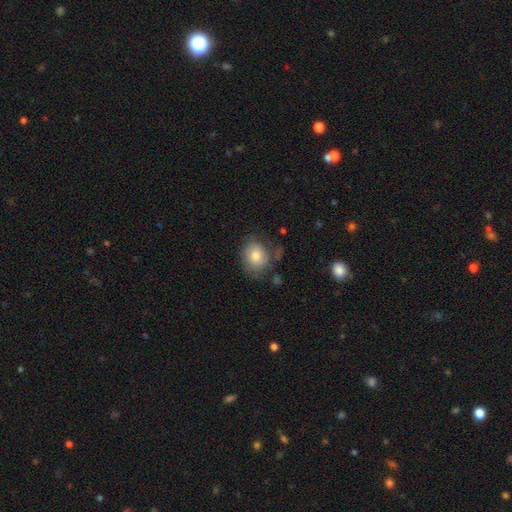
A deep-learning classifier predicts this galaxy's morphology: This appears to be a smooth galaxy with no disk features (71%) that is round (57%). Merging: none (55%).